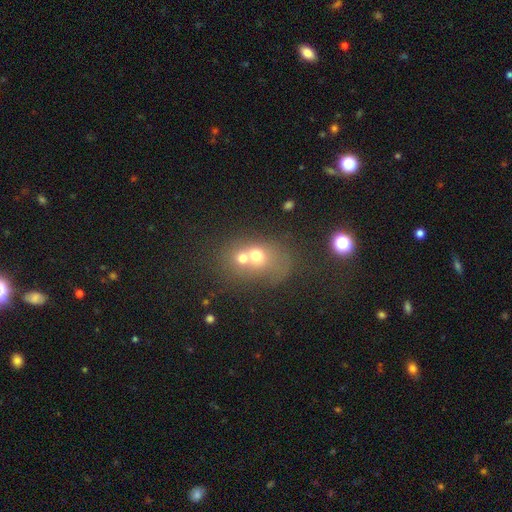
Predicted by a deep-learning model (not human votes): A smooth galaxy with no disk features (55%) that is round (57%).

Vote fractions:
- Smooth or featured? smooth: 55% / featured or disk: 28% / star or artifact: 17%
- How rounded? round: 57% / in between: 42% / cigar-shaped: 1%
- Merging? merger: 65% / none: 22% / minor disturbance: 7% / major disturbance: 5%